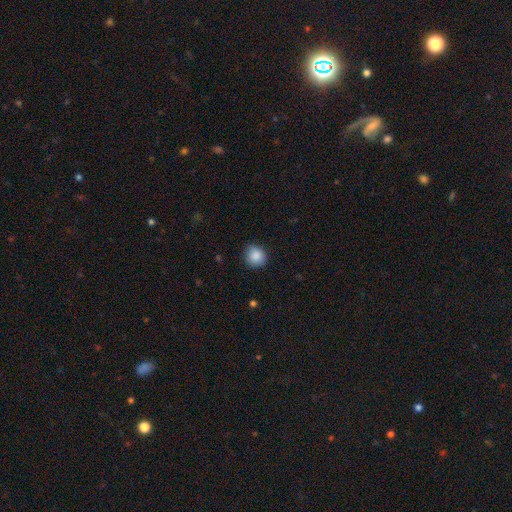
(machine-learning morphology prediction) Overall: smooth (87%). How rounded: round (85%). Merging: none (78%).